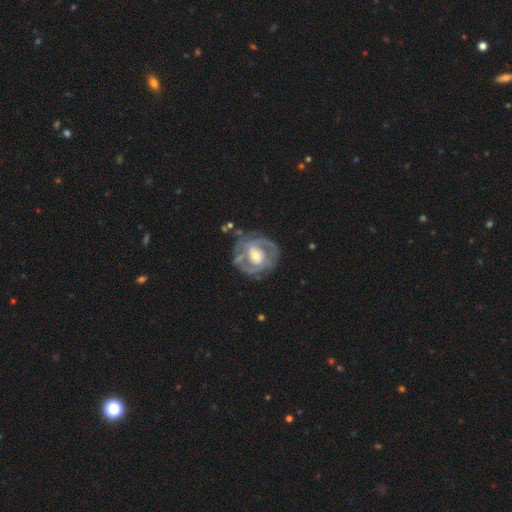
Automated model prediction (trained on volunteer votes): Q: Smooth or featured?
A: featured or disk (82%); runner-up: smooth (13%)
Q: Edge-on disk?
A: no (97%); runner-up: yes (3%)
Q: Bar?
A: no (50%); runner-up: weak (35%)
Q: Spiral arms?
A: yes (82%); runner-up: no (18%)
Q: Spiral winding?
A: tight (51%); runner-up: medium (38%)
Q: Spiral arm count?
A: 2 (61%); runner-up: can't tell (19%)
Q: Bulge size?
A: moderate (60%); runner-up: small (28%)
Q: Merging?
A: none (68%); runner-up: minor disturbance (18%)